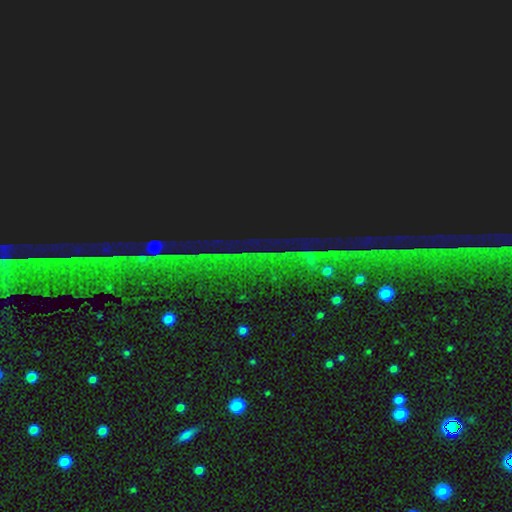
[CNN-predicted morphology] Smooth or featured? star or artifact (86%)